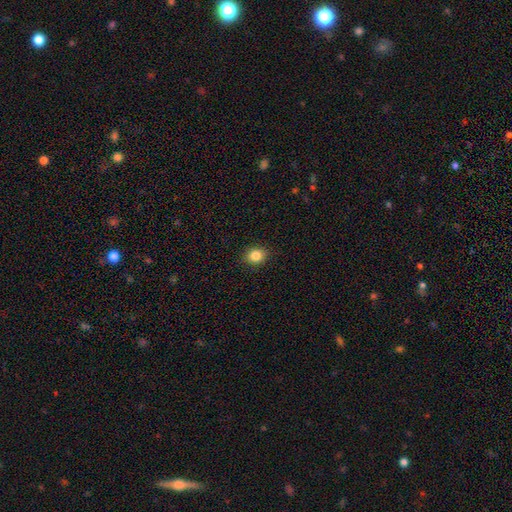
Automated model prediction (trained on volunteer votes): Smooth or featured: smooth — 84% (star or artifact — 10%)
How rounded: round — 55% (in between — 44%)
Merging: none — 90% (minor disturbance — 8%)